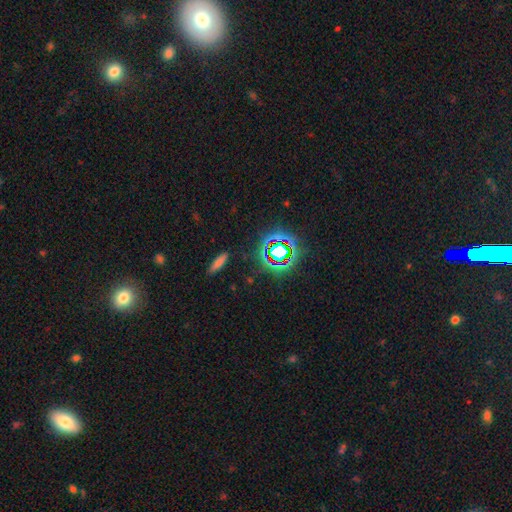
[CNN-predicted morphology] This is likely a star or artifact rather than a galaxy (67%).